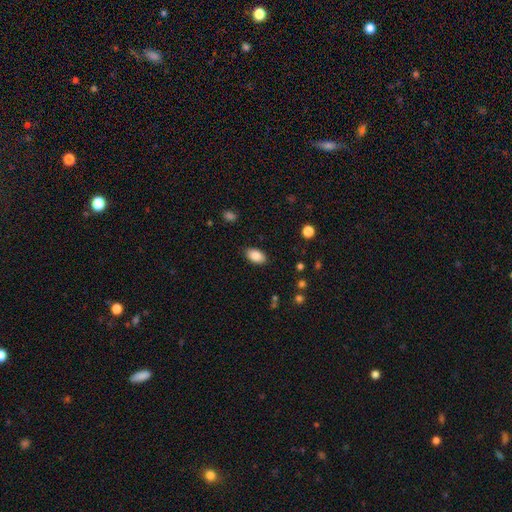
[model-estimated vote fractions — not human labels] This is clearly a smooth galaxy (88%). How rounded: clearly in between (93%). Merging: clearly none (86%).